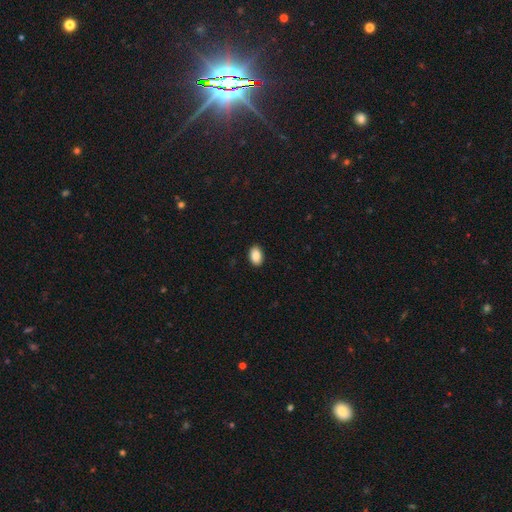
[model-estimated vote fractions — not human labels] Overall: smooth (90%). How rounded: in between (88%). Merging: none (90%).